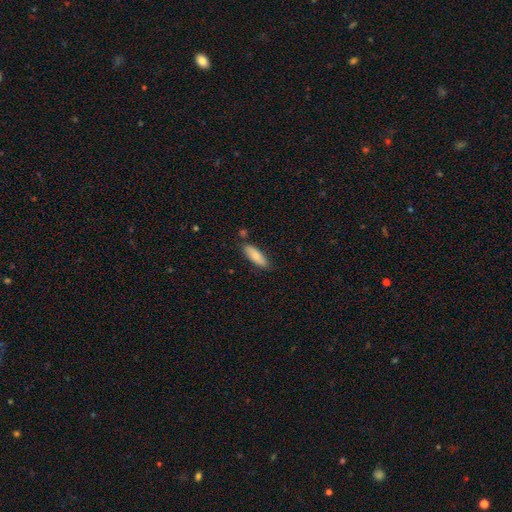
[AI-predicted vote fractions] smooth_or_featured: smooth (p=0.79) [alt: featured or disk p=0.15]
how_rounded: in between (p=0.55) [alt: cigar-shaped p=0.43]
merging: none (p=0.79) [alt: minor disturbance p=0.15]